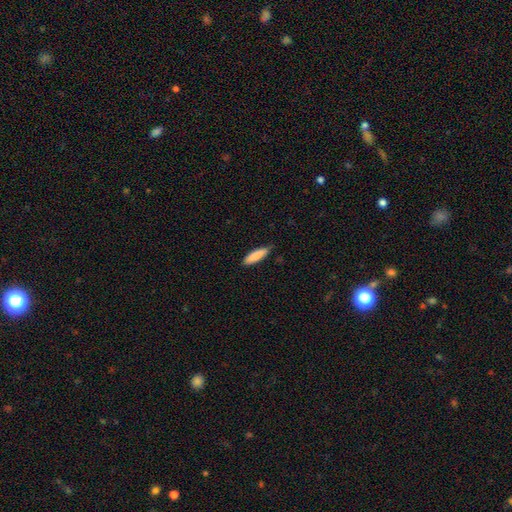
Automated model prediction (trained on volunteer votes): A smooth galaxy with no disk features (86%) that is cigar-shaped (64%).

Vote fractions:
- Smooth or featured? smooth: 86% / featured or disk: 9% / star or artifact: 6%
- How rounded? cigar-shaped: 64% / in between: 34% / round: 1%
- Merging? none: 79% / minor disturbance: 17% / major disturbance: 2% / merger: 1%